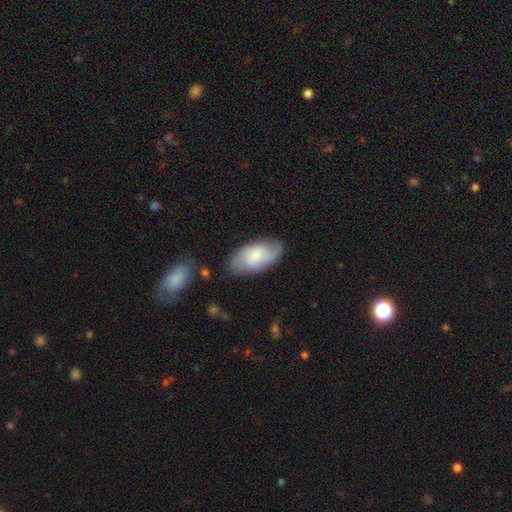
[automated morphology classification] smooth_or_featured: smooth (p=0.54) [alt: featured or disk p=0.39]
how_rounded: in between (p=0.93) [alt: cigar-shaped p=0.03]
merging: none (p=0.72) [alt: minor disturbance p=0.20]